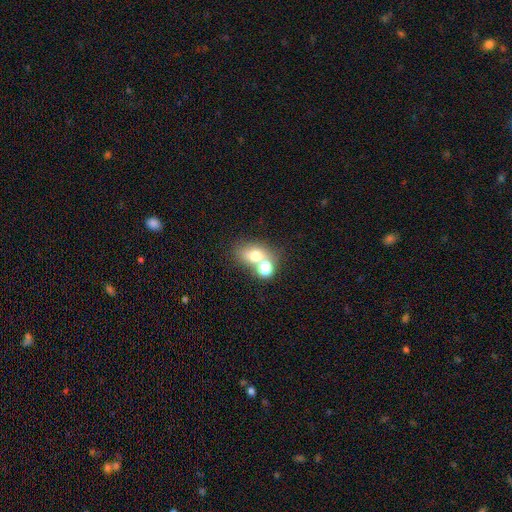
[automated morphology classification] Smooth or featured: smooth — 67% (featured or disk — 18%)
How rounded: in between — 55% (round — 44%)
Merging: none — 44% (merger — 42%)